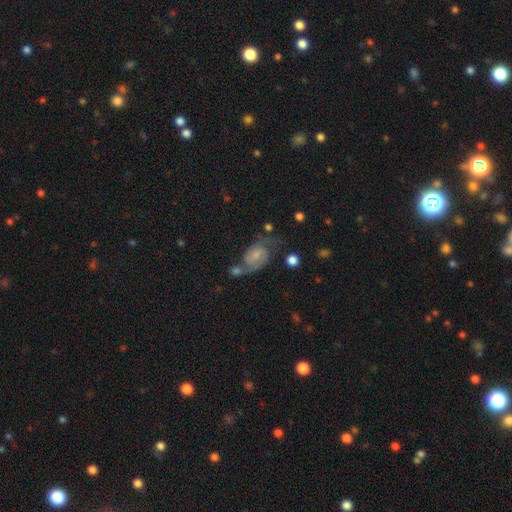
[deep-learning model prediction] A featured or disk galaxy (79%) with no bar (51%), 2 (86%) medium (50%) spiral arms (95%) and a small central bulge (46%).

Vote fractions:
- Smooth or featured? featured or disk: 79% / smooth: 14% / star or artifact: 8%
- Edge-on disk? no: 97% / yes: 3%
- Bar? no: 51% / weak: 41% / strong: 8%
- Spiral arms? yes: 95% / no: 5%
- Spiral winding? medium: 50% / tight: 26% / loose: 24%
- Spiral arm count? 2: 86% / 1: 5% / can't tell: 5% / 3: 2% / 4: 1% / more than 4: 1%
- Bulge size? small: 46% / moderate: 27% / none: 21% / large: 5% / dominant: 2%
- Merging? none: 49% / minor disturbance: 20% / merger: 16% / major disturbance: 15%